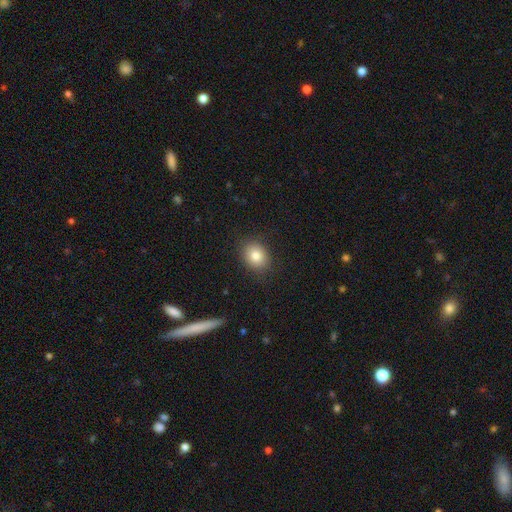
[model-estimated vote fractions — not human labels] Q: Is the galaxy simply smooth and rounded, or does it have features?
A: smooth — 82%.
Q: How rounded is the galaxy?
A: round — 55%.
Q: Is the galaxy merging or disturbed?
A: none — 86%.